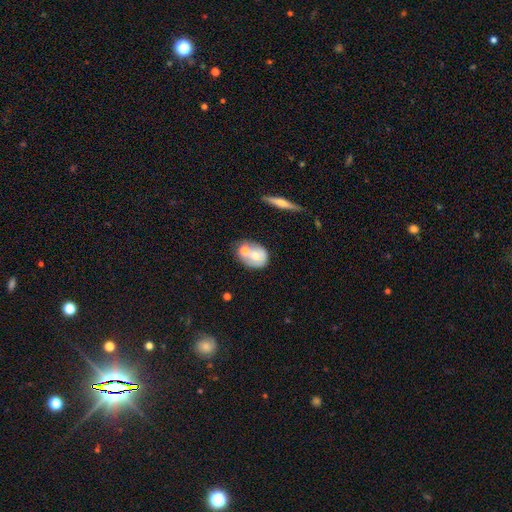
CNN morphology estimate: A smooth galaxy with no disk features (59%) that is round (51%). Merging: merger (49%).